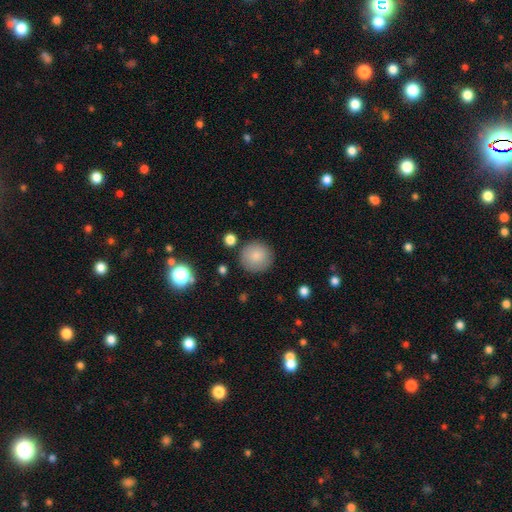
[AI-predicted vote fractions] Overall: smooth (84%). How rounded: round (94%). Merging: none (86%).